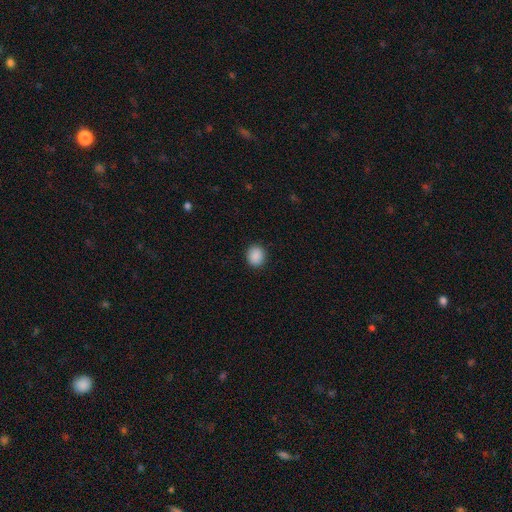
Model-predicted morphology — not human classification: Smooth or featured? Predicted: smooth (p=0.89). How rounded? Predicted: round (p=0.78). Merging? Predicted: none (p=0.90).